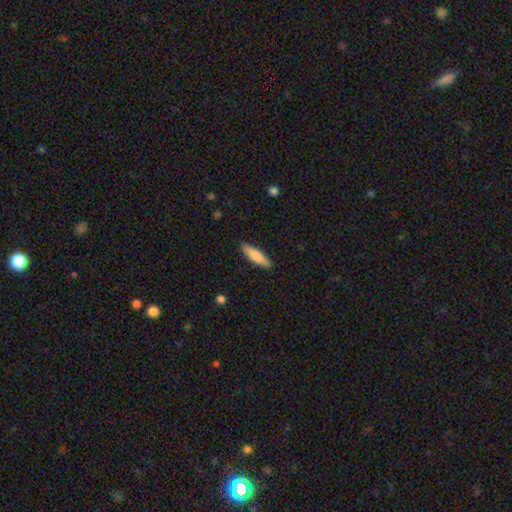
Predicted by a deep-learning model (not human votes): A smooth galaxy with no disk features (77%) that is cigar-shaped (63%).

Vote fractions:
- Smooth or featured? smooth: 77% / featured or disk: 18% / star or artifact: 6%
- How rounded? cigar-shaped: 63% / in between: 35% / round: 2%
- Merging? none: 88% / minor disturbance: 9% / major disturbance: 2% / merger: 1%